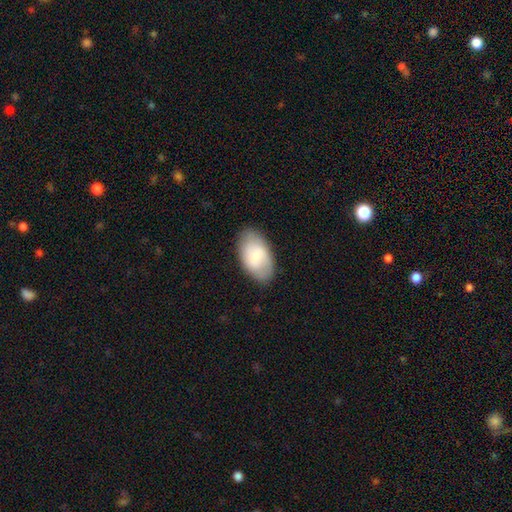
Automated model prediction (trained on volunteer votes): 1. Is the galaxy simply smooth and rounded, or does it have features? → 71% smooth, 22% featured or disk, 6% star or artifact.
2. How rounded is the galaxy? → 94% in between, 4% round, 2% cigar-shaped.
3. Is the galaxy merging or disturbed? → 81% none, 15% minor disturbance, 4% major disturbance, 1% merger.